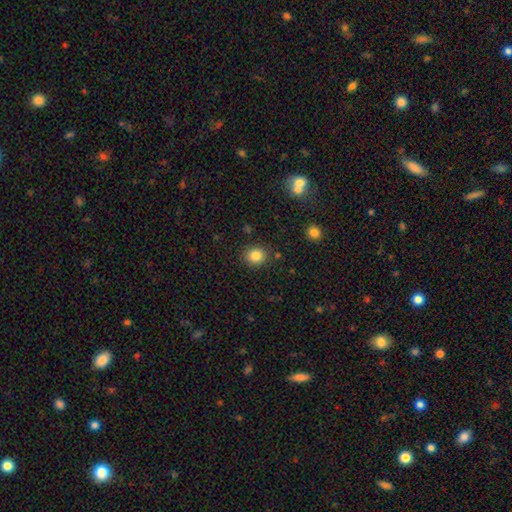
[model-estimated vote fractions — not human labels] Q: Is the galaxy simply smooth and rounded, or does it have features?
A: smooth — 83%.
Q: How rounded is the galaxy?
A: round — 78%.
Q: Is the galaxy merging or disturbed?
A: none — 88%.